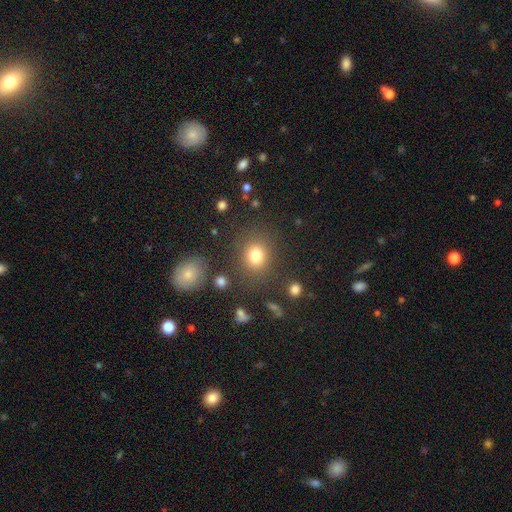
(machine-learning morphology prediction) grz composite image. It shows a smooth galaxy with no disk features (79%) that is round (67%). Merging: none (80%).